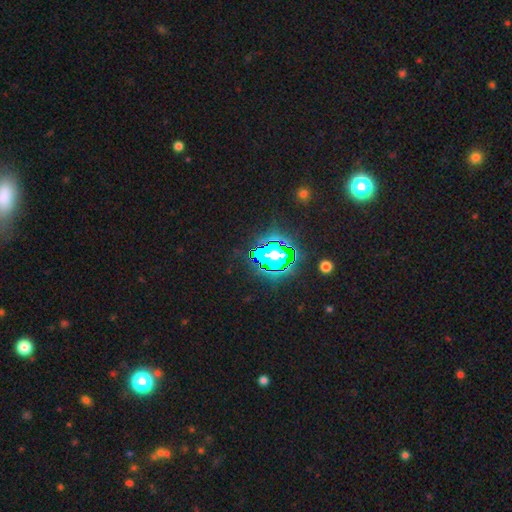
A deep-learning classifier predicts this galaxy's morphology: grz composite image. It shows a star or artifact, not a galaxy (70%).